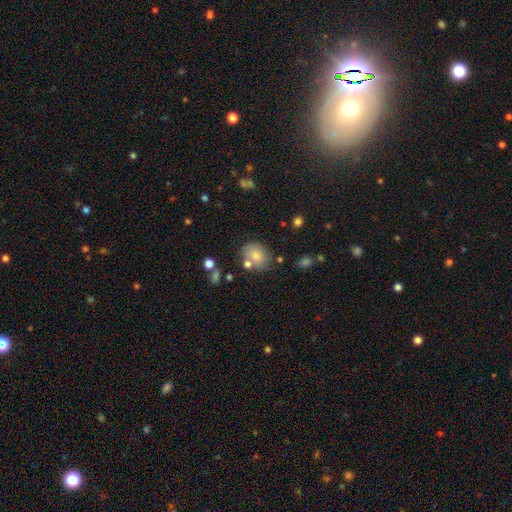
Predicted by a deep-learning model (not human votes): Smooth or featured? smooth (74%)
How rounded? round (51%)
Merging? none (62%)